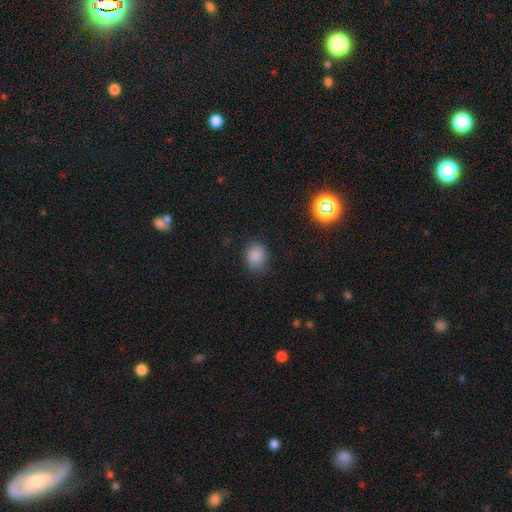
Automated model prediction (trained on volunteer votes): smooth-or-featured: smooth: 84% | star or artifact: 11% | featured or disk: 5%
  how-rounded: round: 61% | in between: 38% | cigar-shaped: 1%
  merging: none: 78% | minor disturbance: 17% | major disturbance: 4% | merger: 1%